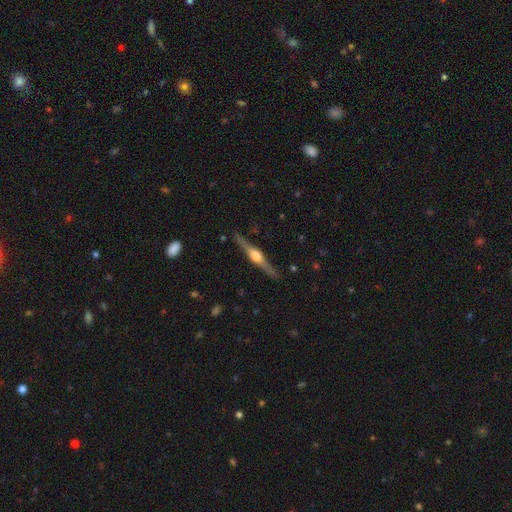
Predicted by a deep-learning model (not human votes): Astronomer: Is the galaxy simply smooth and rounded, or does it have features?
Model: featured or disk — 81%.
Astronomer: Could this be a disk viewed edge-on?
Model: yes — 98%.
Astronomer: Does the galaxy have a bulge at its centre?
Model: rounded — 93%.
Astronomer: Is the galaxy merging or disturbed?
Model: none — 90%.